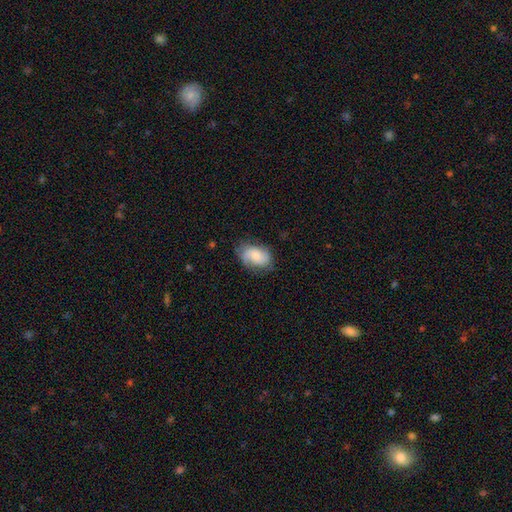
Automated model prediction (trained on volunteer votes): smooth 55%, featured or disk 38%, star or artifact 7%. Down the decision tree: how rounded — in between (84%); merging — none (62%).